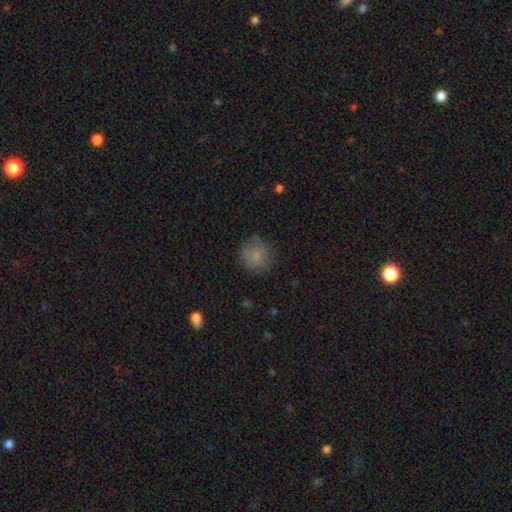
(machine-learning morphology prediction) This is clearly a smooth galaxy (81%). How rounded: clearly round (91%). Merging: likely none (77%).